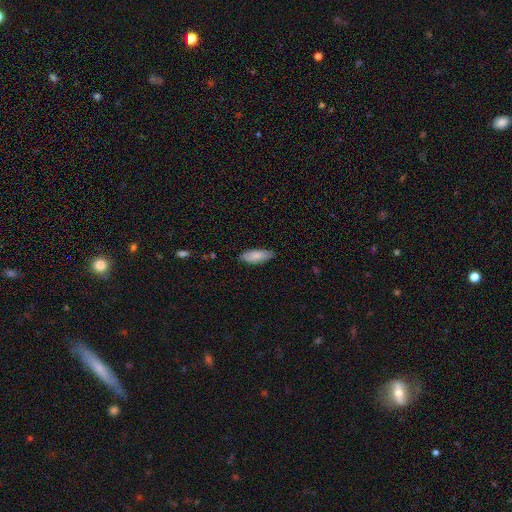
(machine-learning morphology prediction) This is clearly a smooth galaxy (85%). How rounded: likely in between (73%). Merging: clearly none (84%).